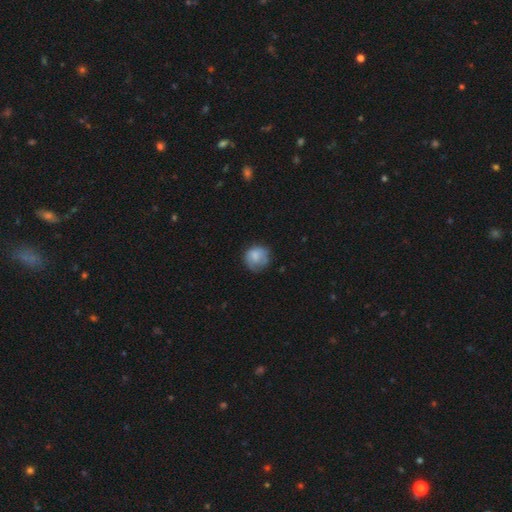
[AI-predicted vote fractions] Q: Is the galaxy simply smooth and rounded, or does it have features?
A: smooth — 78%.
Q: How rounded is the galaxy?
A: round — 85%.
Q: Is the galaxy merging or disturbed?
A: none — 64%.